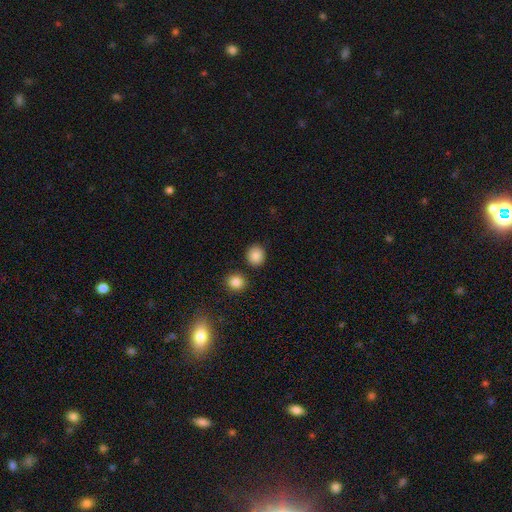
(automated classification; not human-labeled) Smooth or featured? smooth (87%)
How rounded? round (85%)
Merging? none (86%)